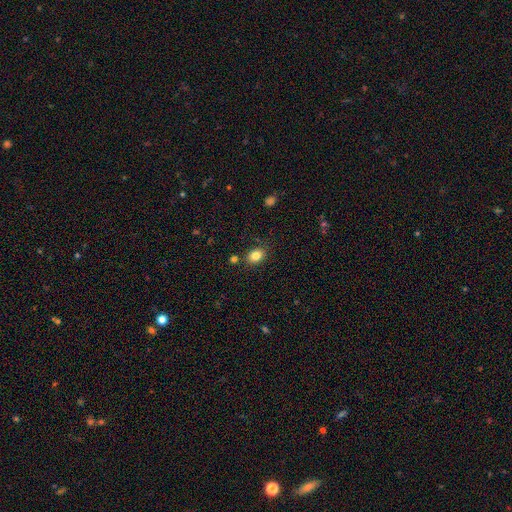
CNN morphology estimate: type=smooth (83%); roundness=in between (71%); merging=none (80%).